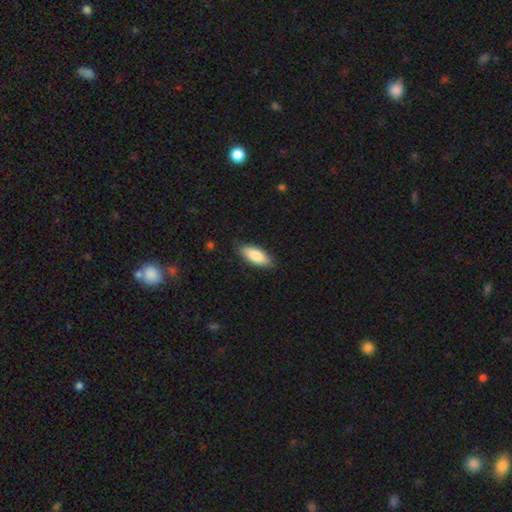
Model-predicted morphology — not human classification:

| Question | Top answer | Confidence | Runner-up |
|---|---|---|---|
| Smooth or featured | smooth | 82% | featured or disk (13%) |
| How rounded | in between | 80% | cigar-shaped (18%) |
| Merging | none | 86% | minor disturbance (11%) |